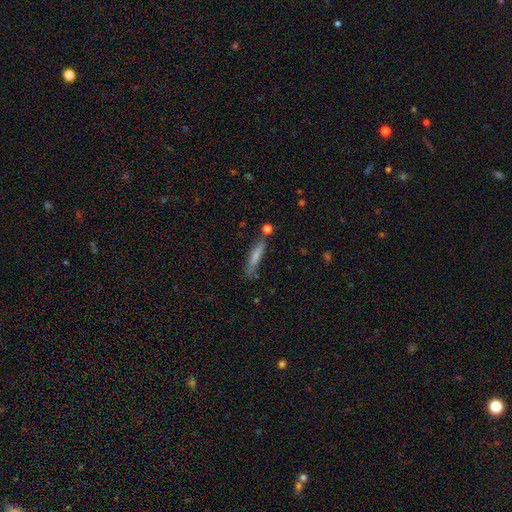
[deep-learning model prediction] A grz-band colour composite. It shows a smooth galaxy with no disk features (72%) that is cigar-shaped (86%). Merging: none (68%).